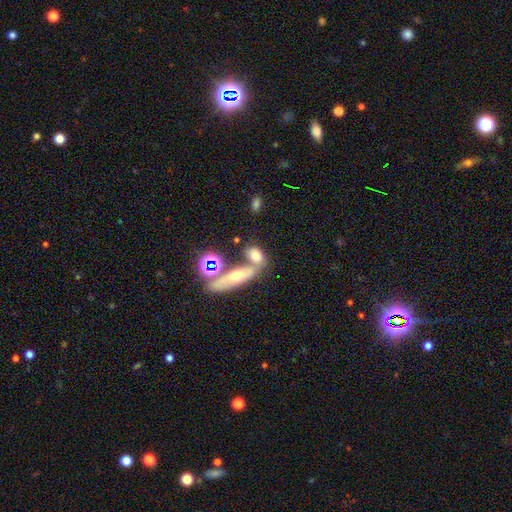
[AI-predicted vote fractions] smooth_or_featured: smooth (p=0.66) [alt: featured or disk p=0.20]
how_rounded: in between (p=0.74) [alt: cigar-shaped p=0.14]
merging: merger (p=0.43) [alt: none p=0.40]